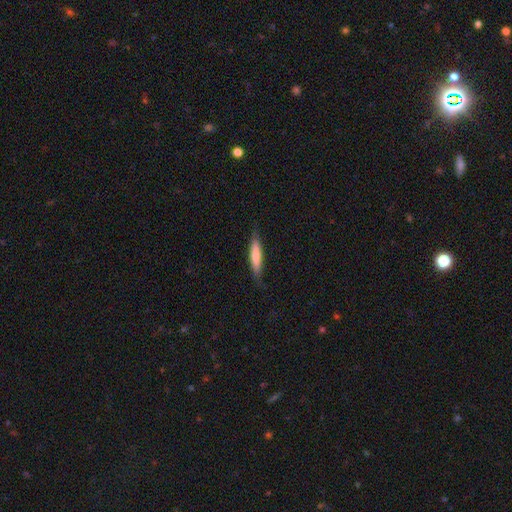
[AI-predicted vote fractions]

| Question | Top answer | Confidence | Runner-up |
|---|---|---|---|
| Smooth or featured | smooth | 71% | featured or disk (23%) |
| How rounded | cigar-shaped | 86% | in between (13%) |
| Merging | none | 81% | minor disturbance (15%) |